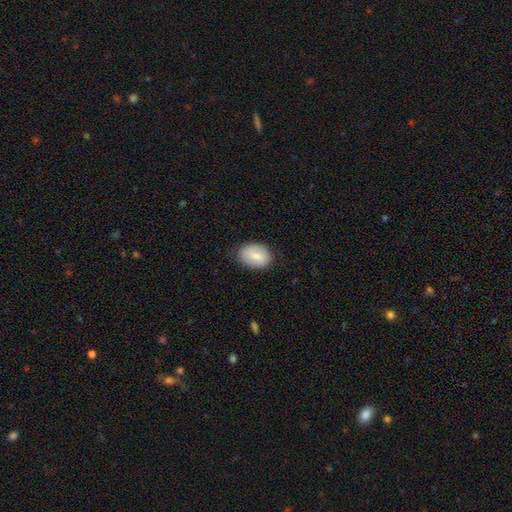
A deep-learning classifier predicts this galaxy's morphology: Smooth or featured: smooth — 77% (featured or disk — 16%)
How rounded: in between — 82% (round — 17%)
Merging: none — 79% (minor disturbance — 16%)